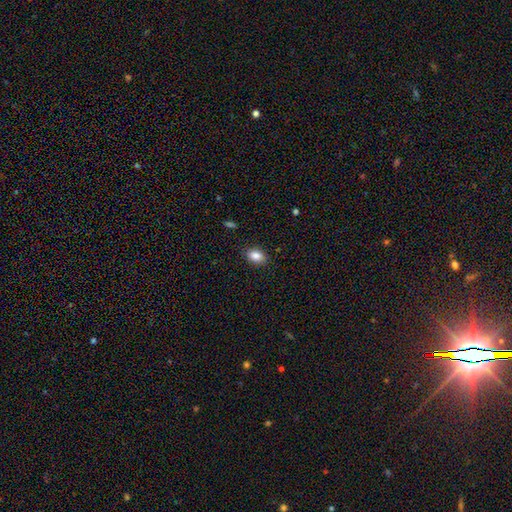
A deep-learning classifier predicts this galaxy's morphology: type=smooth (86%); roundness=in between (80%); merging=none (87%).